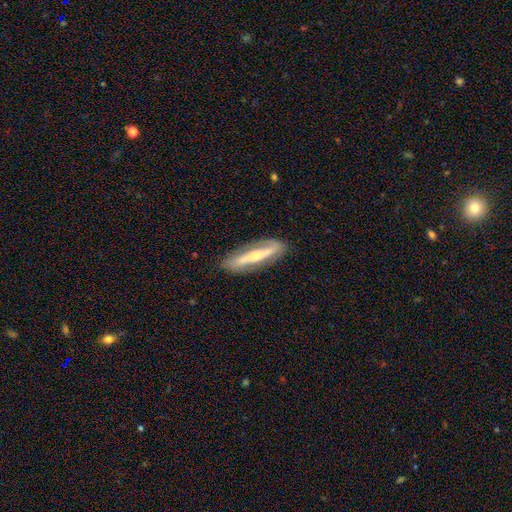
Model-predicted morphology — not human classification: Smooth or featured? Predicted: featured or disk (p=0.72). Edge-on disk? Predicted: yes (p=0.51). Merging? Predicted: none (p=0.83).